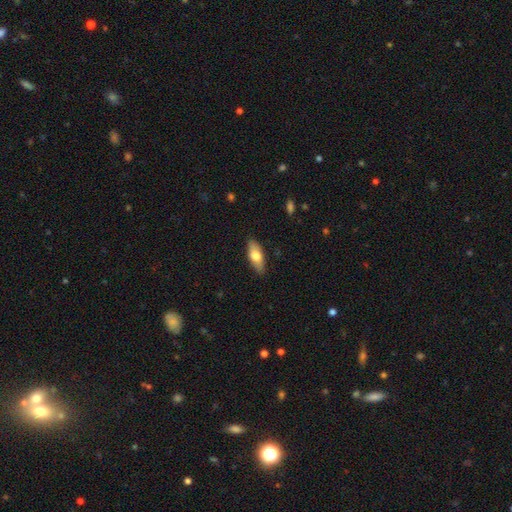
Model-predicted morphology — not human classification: A smooth galaxy with no disk features (72%) that is in between round and cigar-shaped (75%). Merging: none (87%).